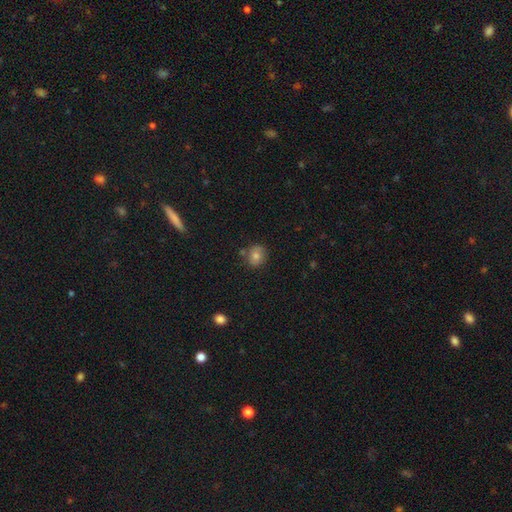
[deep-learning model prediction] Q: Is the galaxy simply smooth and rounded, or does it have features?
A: smooth — 71%.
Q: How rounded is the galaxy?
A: round — 70%.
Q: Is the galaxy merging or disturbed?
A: none — 77%.